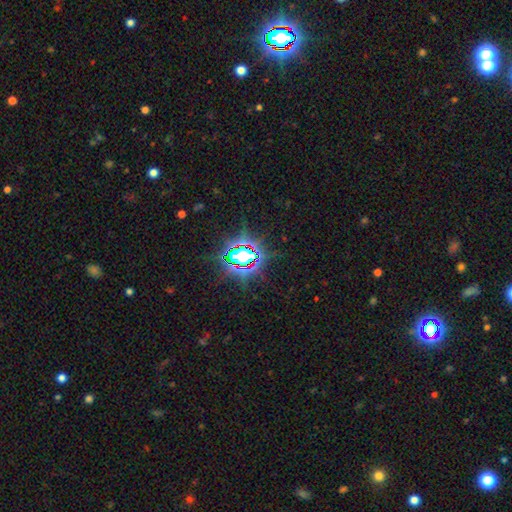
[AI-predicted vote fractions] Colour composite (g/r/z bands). It shows a star or artifact, not a galaxy (81%).